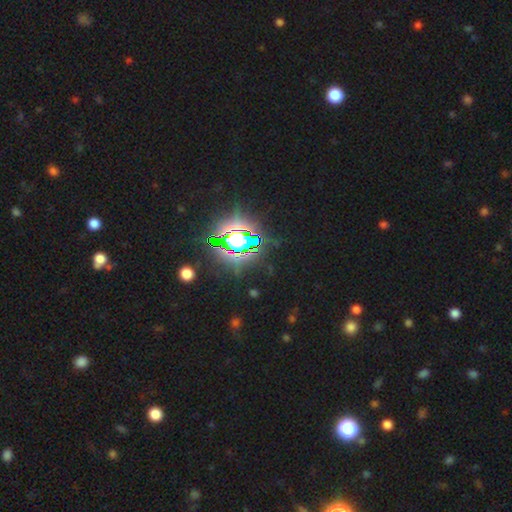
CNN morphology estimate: The model was most divided on "smooth or featured": star or artifact: 81%, smooth: 11%, featured or disk: 8%.